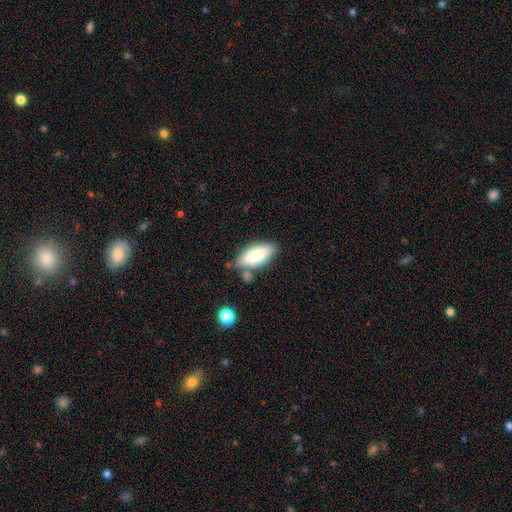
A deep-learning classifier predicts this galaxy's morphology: smooth 72%, featured or disk 22%, star or artifact 6%. Down the decision tree: how rounded — in between (75%); merging — none (67%).